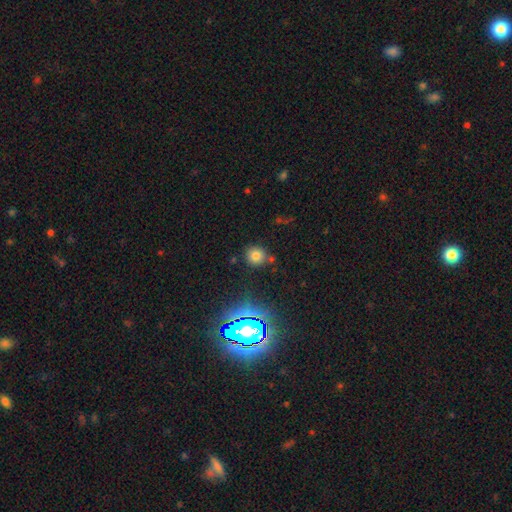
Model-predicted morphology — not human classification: smooth 72%, star or artifact 20%, featured or disk 8%. Down the decision tree: how rounded — round (86%); merging — none (78%).